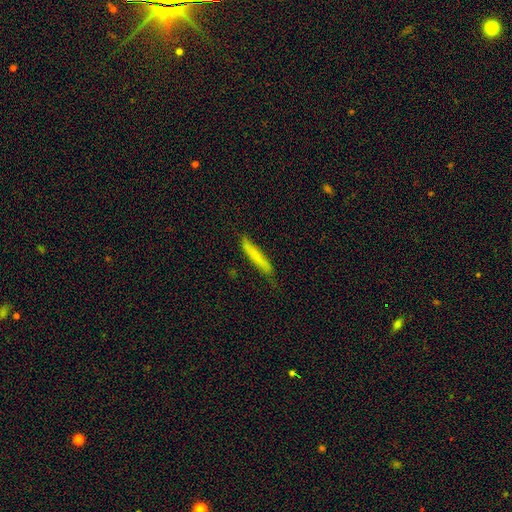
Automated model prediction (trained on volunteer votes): The model was most divided on "smooth or featured": smooth: 74%, featured or disk: 19%, star or artifact: 6%. More confident: how rounded — cigar-shaped (94%); merging — none (77%).